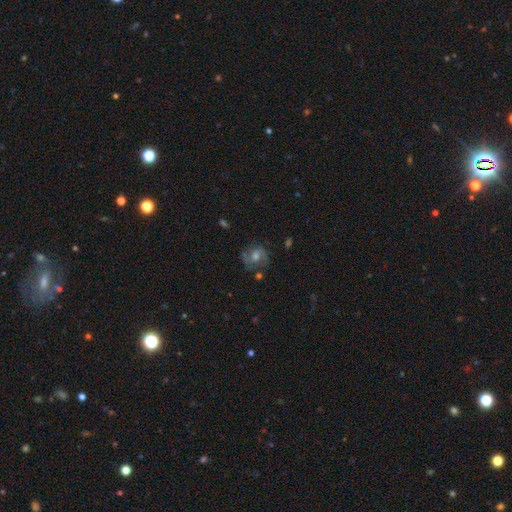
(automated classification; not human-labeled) Smooth or featured? Predicted: featured or disk (p=0.61). Edge-on disk? Predicted: no (p=0.97). Bar? Predicted: no (p=0.61). Spiral arms? Predicted: yes (p=0.84). Bulge size? Predicted: moderate (p=0.62). Merging? Predicted: none (p=0.74).